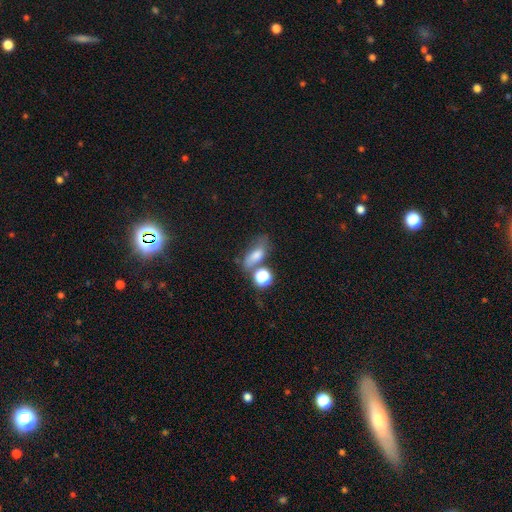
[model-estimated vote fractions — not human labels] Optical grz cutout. It shows a smooth galaxy with no disk features (67%) that is in between round and cigar-shaped (67%). Merging: none (45%).